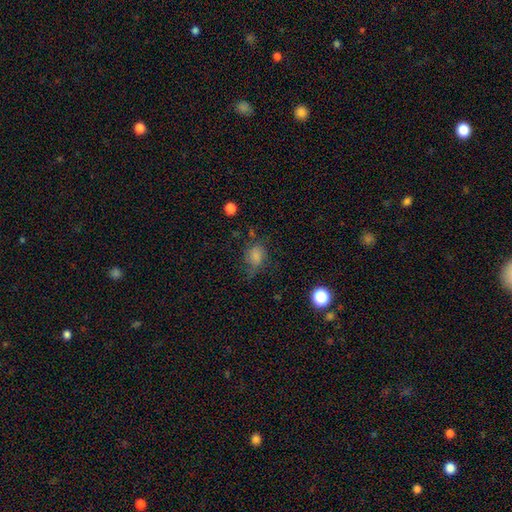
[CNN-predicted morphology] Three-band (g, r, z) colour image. It shows a smooth galaxy with no disk features (67%) that is in between round and cigar-shaped (54%). Merging: none (55%).